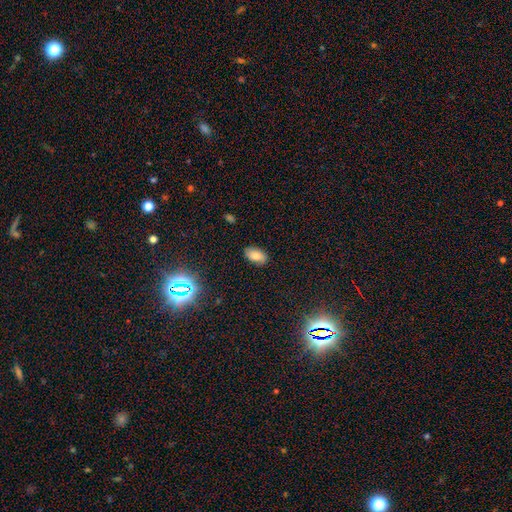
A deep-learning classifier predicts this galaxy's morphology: type=smooth (75%); roundness=in between (93%); merging=none (85%).